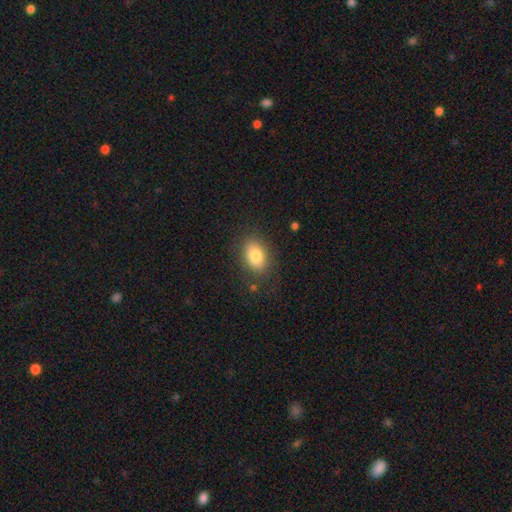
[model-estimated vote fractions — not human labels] Smooth or featured? Predicted: smooth (p=0.80). How rounded? Predicted: in between (p=0.82). Merging? Predicted: none (p=0.81).